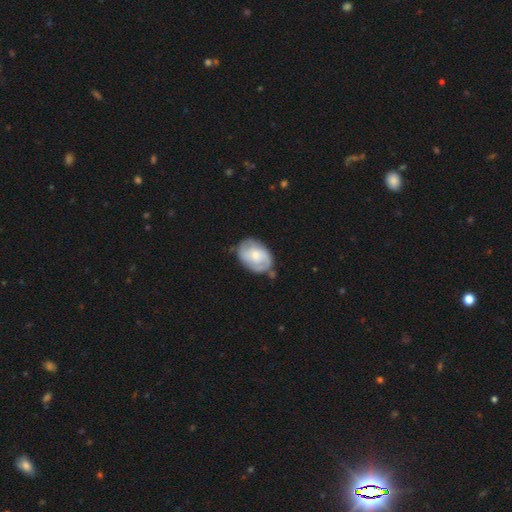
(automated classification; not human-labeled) Morphology: type=featured or disk (54%); edge-on=no (96%); bar=no (67%); spiral arms=yes (75%); bulge=moderate (46%); merging=none (63%).